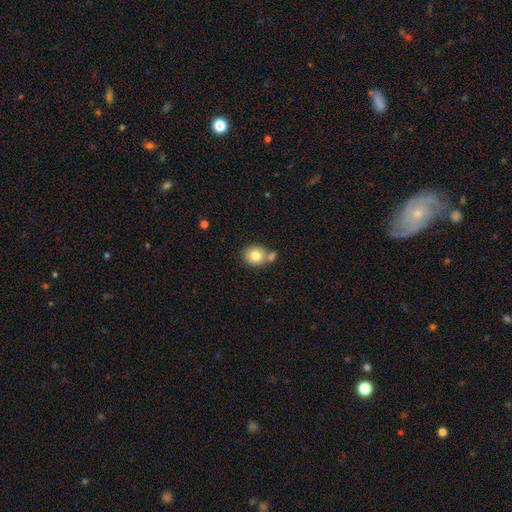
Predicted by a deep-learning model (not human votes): Smooth or featured? smooth (80%)
How rounded? round (80%)
Merging? none (53%)